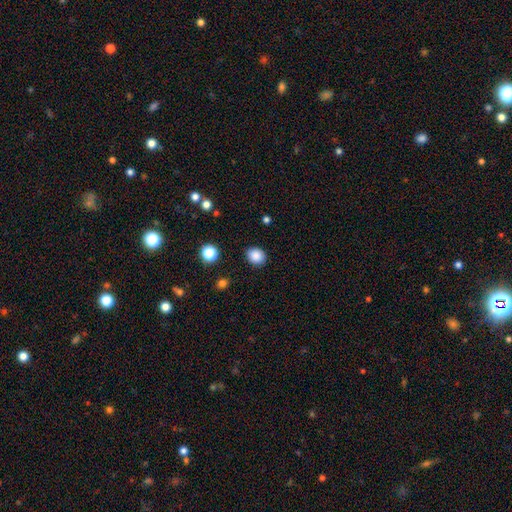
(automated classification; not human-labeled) Morphology: type=smooth (87%); roundness=round (65%); merging=none (88%).